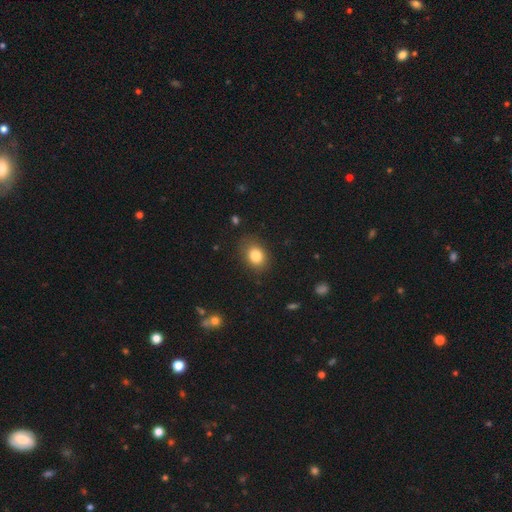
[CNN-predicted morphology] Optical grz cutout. It shows a smooth galaxy with no disk features (82%) that is in between round and cigar-shaped (61%). Merging: none (81%).